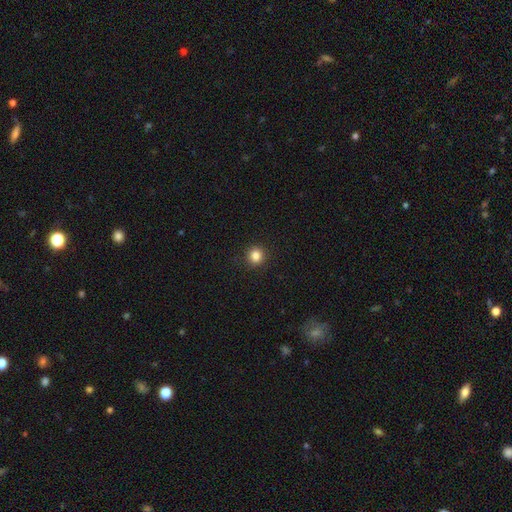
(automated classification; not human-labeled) Smooth or featured? smooth (84%)
How rounded? round (90%)
Merging? none (92%)